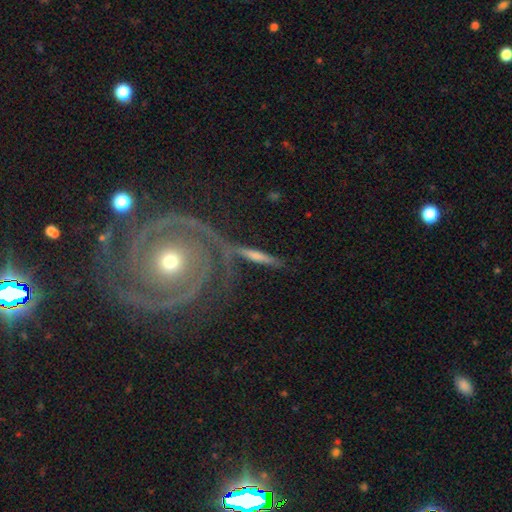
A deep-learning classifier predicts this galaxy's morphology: smooth-or-featured: featured or disk: 62% | smooth: 30% | star or artifact: 9%
  disk-edge-on: yes: 55% | no: 45%
  merging: none: 66% | minor disturbance: 14% | merger: 13% | major disturbance: 7%